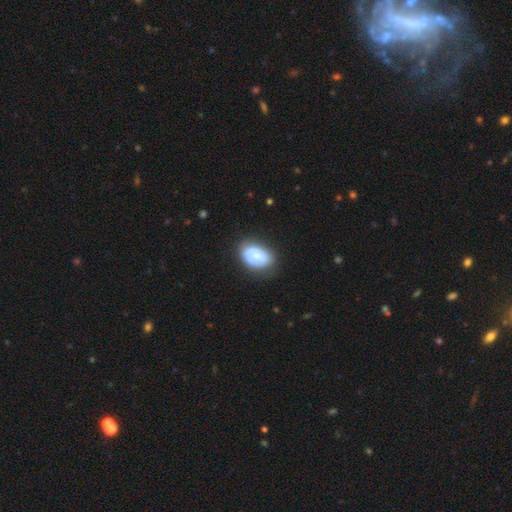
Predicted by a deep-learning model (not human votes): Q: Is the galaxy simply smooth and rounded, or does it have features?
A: smooth — 63%.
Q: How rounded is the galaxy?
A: in between — 82%.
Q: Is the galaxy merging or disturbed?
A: none — 70%.